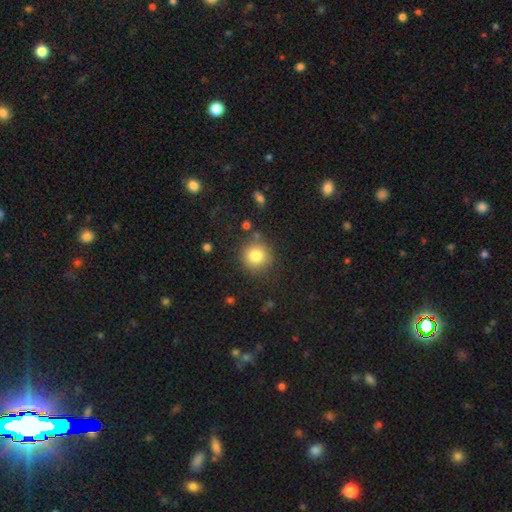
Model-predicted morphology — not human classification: Overall: smooth (80%). How rounded: round (93%). Merging: none (84%).